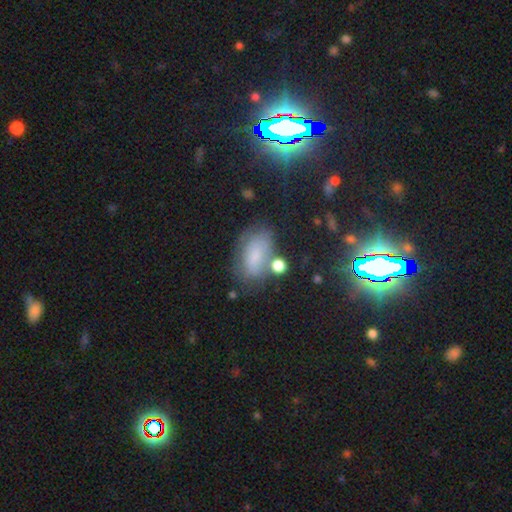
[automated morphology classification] Smooth or featured? Predicted: smooth (p=0.63). How rounded? Predicted: in between (p=0.89). Merging? Predicted: none (p=0.56).